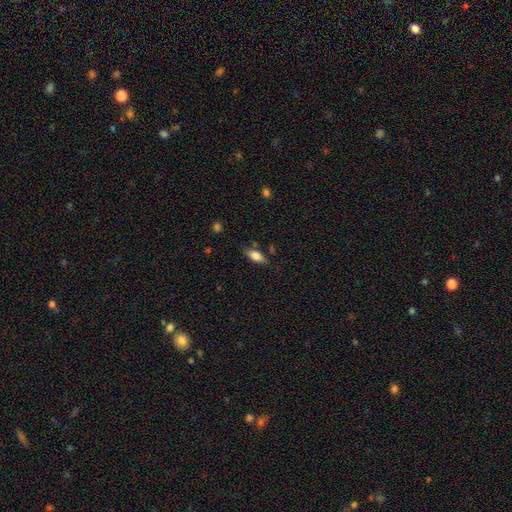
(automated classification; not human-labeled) Smooth or featured? smooth (69%)
How rounded? in between (77%)
Merging? none (77%)